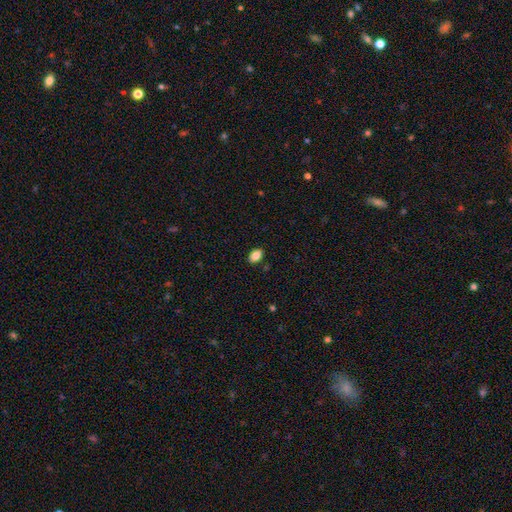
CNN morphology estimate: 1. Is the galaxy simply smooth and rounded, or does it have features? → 87% smooth, 9% star or artifact, 5% featured or disk.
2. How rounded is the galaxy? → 88% in between, 11% round, 1% cigar-shaped.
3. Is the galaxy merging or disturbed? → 88% none, 8% minor disturbance, 2% major disturbance, 1% merger.